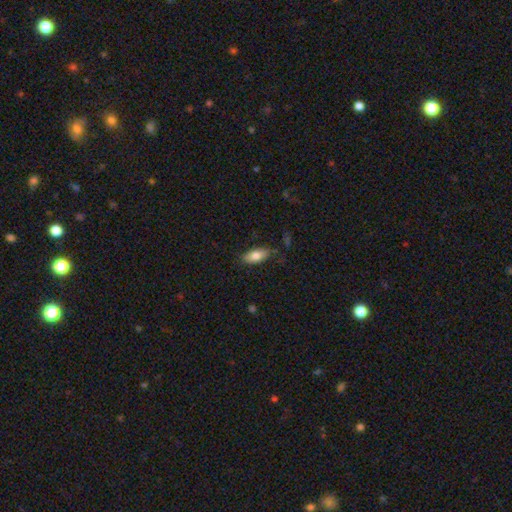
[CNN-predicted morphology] This is likely a smooth galaxy (78%). How rounded: clearly in between (84%). Merging: likely none (79%).